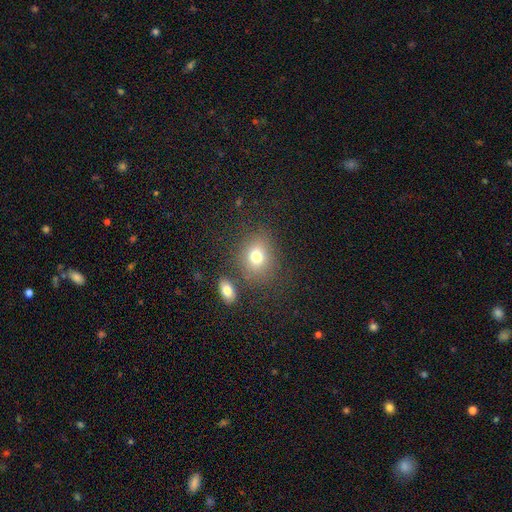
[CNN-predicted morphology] Q: Smooth or featured?
A: smooth (75%); runner-up: star or artifact (13%)
Q: How rounded?
A: round (56%); runner-up: in between (42%)
Q: Merging?
A: none (74%); runner-up: minor disturbance (13%)